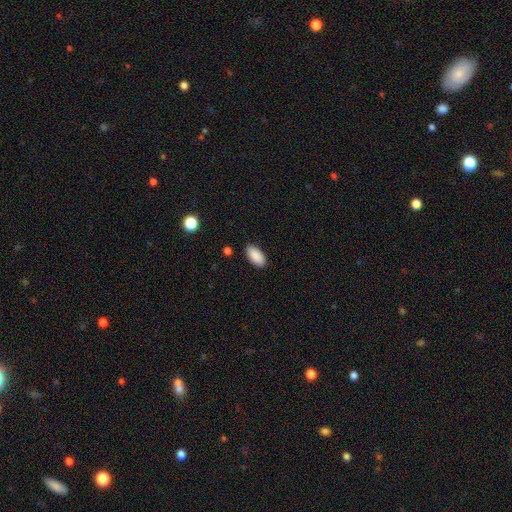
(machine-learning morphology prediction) smooth_or_featured: smooth (p=0.90) [alt: star or artifact p=0.07]
how_rounded: in between (p=0.94) [alt: cigar-shaped p=0.04]
merging: none (p=0.87) [alt: minor disturbance p=0.09]